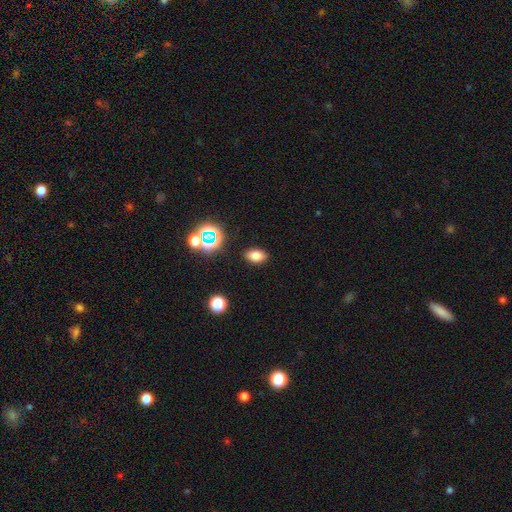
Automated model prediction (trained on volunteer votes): Morphology: type=smooth (77%); roundness=in between (87%); merging=none (87%).